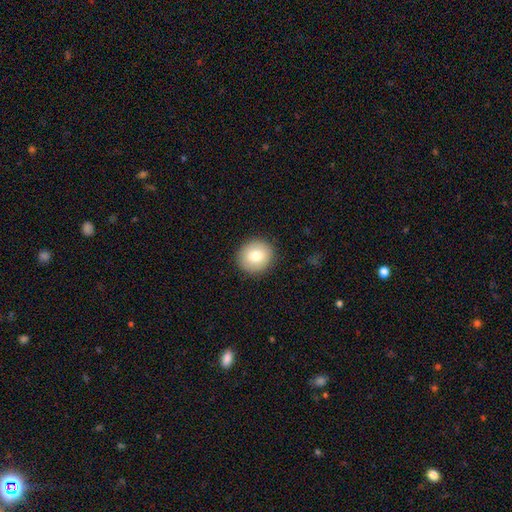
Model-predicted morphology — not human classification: Q: Smooth or featured?
A: smooth (80%); runner-up: featured or disk (12%)
Q: How rounded?
A: round (85%); runner-up: in between (14%)
Q: Merging?
A: none (90%); runner-up: minor disturbance (7%)